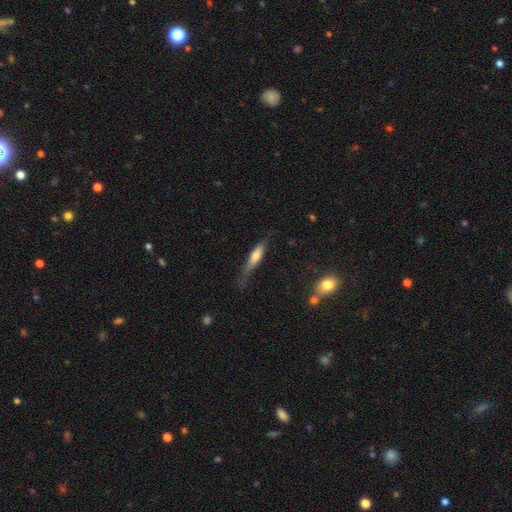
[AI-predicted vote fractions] A smooth galaxy with no disk features (56%) that is cigar-shaped (77%). Merging: none (53%).